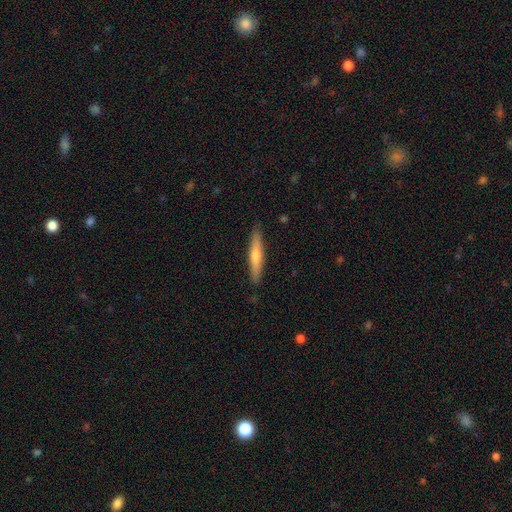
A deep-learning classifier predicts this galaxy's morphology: Smooth or featured: smooth — 52% (featured or disk — 43%)
How rounded: cigar-shaped — 92% (in between — 7%)
Merging: none — 90% (minor disturbance — 8%)